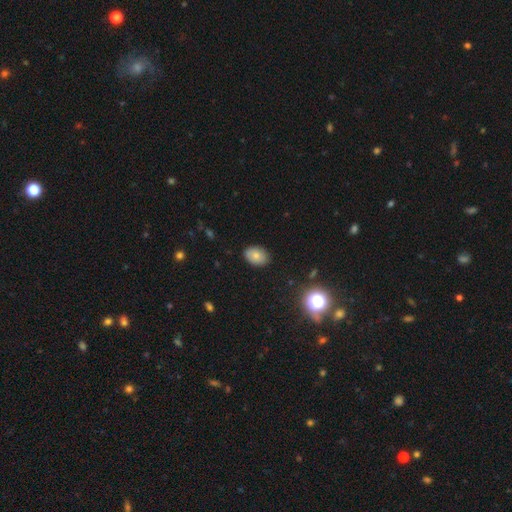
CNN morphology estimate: This appears to be a smooth galaxy with no disk features (76%) that is in between round and cigar-shaped (80%). Merging: none (85%).